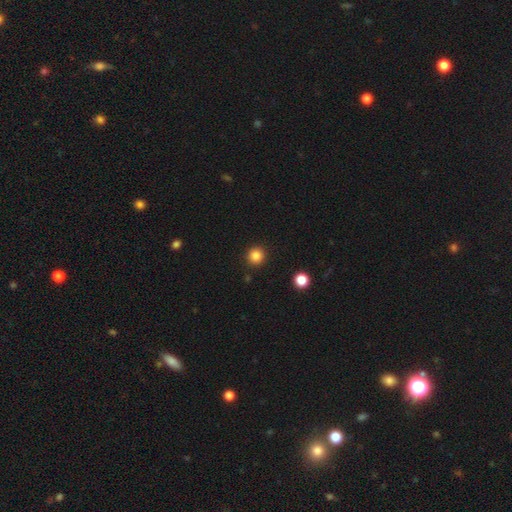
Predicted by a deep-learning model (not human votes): This appears to be a smooth galaxy with no disk features (84%) that is round (94%). Merging: none (91%).